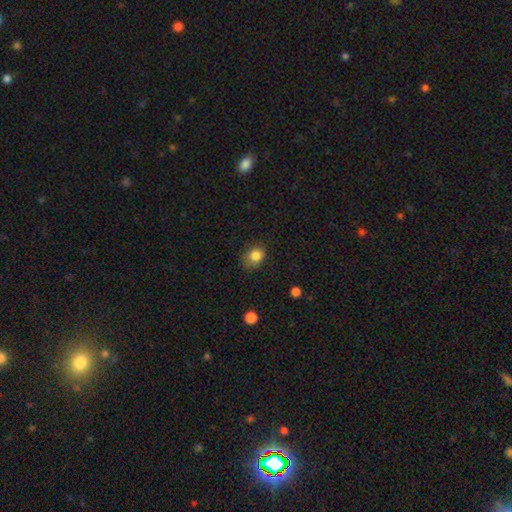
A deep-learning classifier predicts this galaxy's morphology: smooth_or_featured: smooth (p=0.83) [alt: star or artifact p=0.10]
how_rounded: in between (p=0.50) [alt: round p=0.49]
merging: none (p=0.67) [alt: minor disturbance p=0.25]